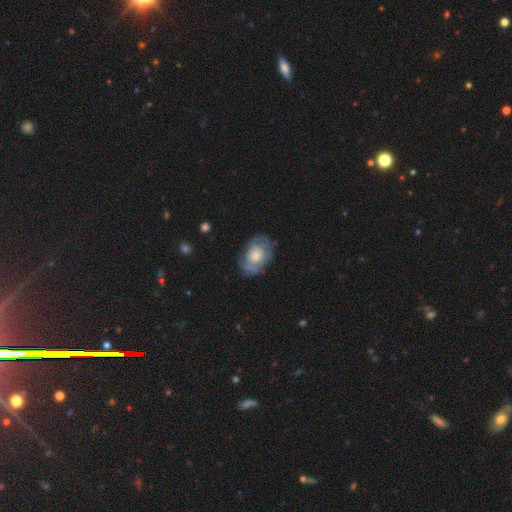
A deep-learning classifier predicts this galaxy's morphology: Smooth or featured: featured or disk — 57% (smooth — 37%)
Edge-on disk: no — 95% (yes — 5%)
Bar: no — 83% (weak — 14%)
Spiral arms: yes — 64% (no — 36%)
Bulge size: moderate — 46% (large — 25%)
Merging: none — 67% (minor disturbance — 22%)